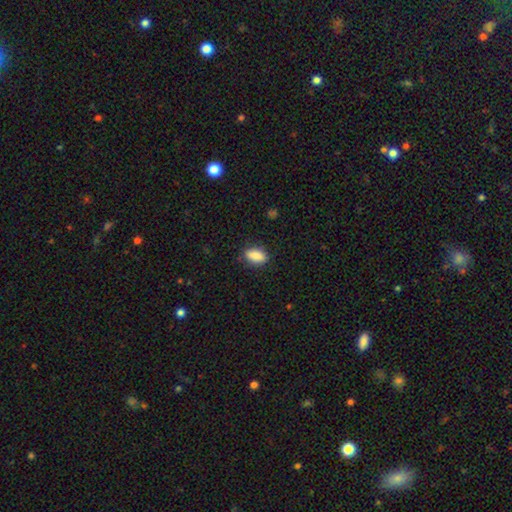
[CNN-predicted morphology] A smooth galaxy with no disk features (88%) that is in between round and cigar-shaped (86%).

Vote fractions:
- Smooth or featured? smooth: 88% / star or artifact: 8% / featured or disk: 4%
- How rounded? in between: 86% / cigar-shaped: 8% / round: 6%
- Merging? none: 83% / minor disturbance: 13% / major disturbance: 3% / merger: 1%